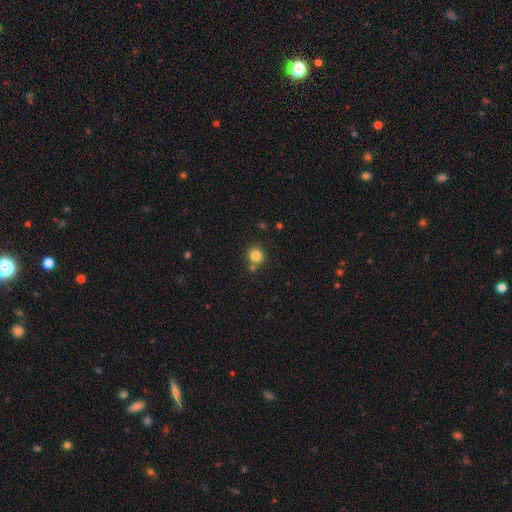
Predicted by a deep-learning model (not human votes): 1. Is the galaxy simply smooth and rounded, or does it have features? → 83% smooth, 11% star or artifact, 6% featured or disk.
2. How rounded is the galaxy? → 90% round, 9% in between, 1% cigar-shaped.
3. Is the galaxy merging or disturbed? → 73% none, 15% merger, 9% minor disturbance, 3% major disturbance.